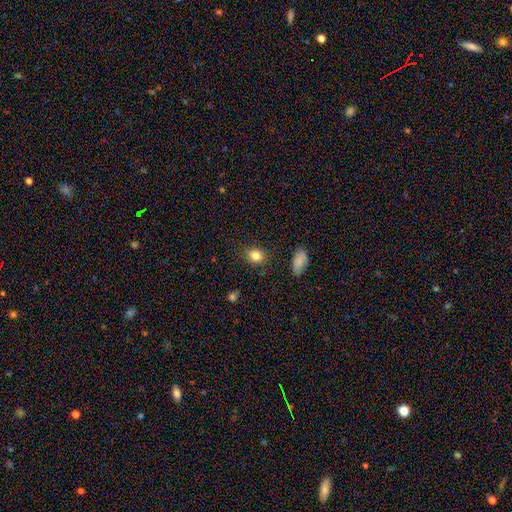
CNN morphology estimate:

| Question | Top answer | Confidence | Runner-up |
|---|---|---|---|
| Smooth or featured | smooth | 84% | star or artifact (10%) |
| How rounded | round | 55% | in between (43%) |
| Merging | none | 86% | minor disturbance (9%) |